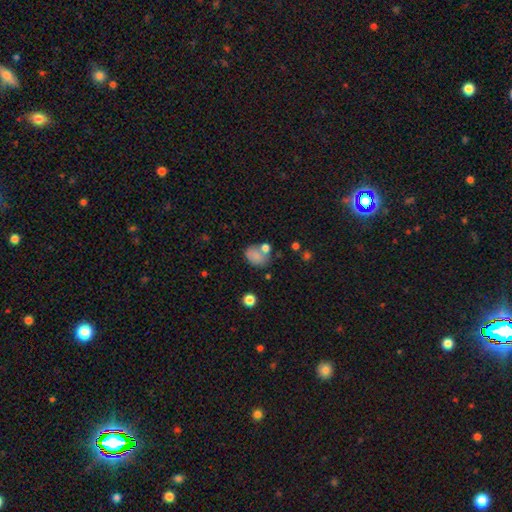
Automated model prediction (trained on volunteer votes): This is likely a smooth galaxy (78%). How rounded: possibly in between (59%). Merging: possibly none (51%).